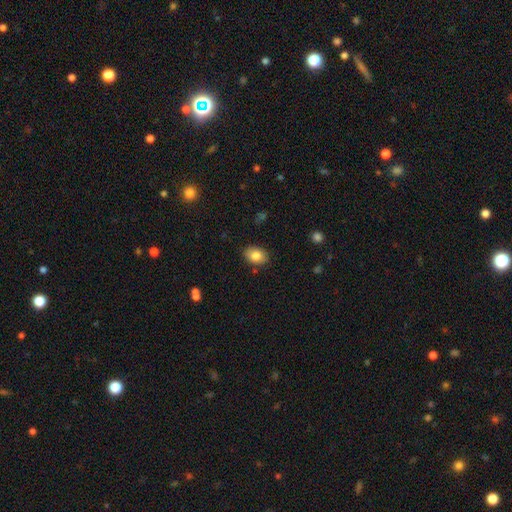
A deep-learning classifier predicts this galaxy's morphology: Q: Smooth or featured?
A: smooth (82%); runner-up: featured or disk (10%)
Q: How rounded?
A: in between (78%); runner-up: round (21%)
Q: Merging?
A: none (86%); runner-up: minor disturbance (10%)